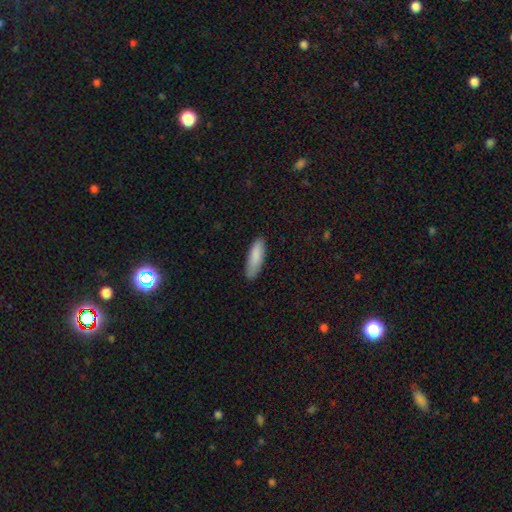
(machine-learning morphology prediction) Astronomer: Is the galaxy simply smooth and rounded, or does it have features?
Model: smooth — 87%.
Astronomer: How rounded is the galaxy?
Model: cigar-shaped — 55% (runner-up: in between, 44%).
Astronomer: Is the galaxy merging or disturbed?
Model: none — 83%.